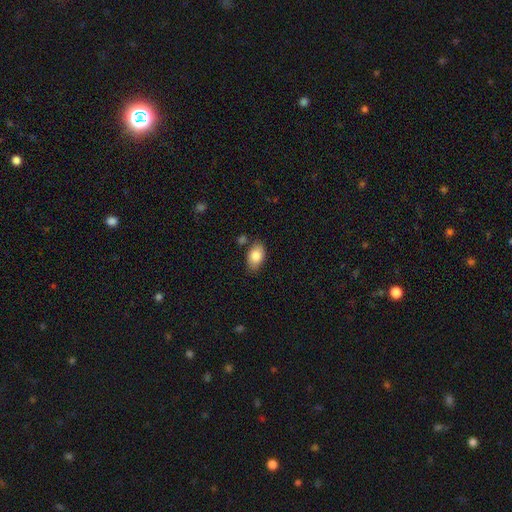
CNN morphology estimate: Smooth or featured: smooth — 83% (featured or disk — 10%)
How rounded: in between — 90% (round — 8%)
Merging: none — 76% (minor disturbance — 16%)